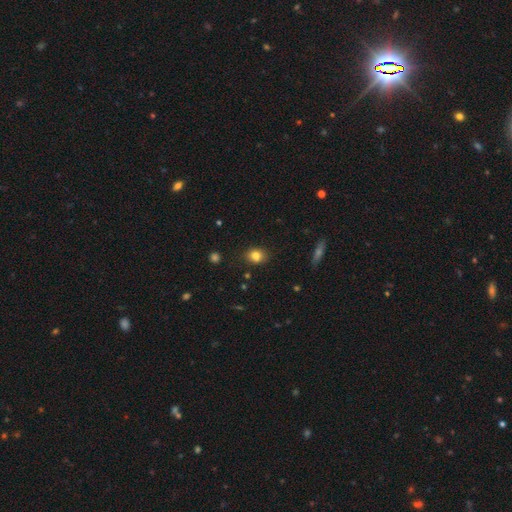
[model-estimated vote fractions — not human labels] The model was most divided on "how rounded": round: 53%, in between: 45%, cigar-shaped: 1%. More confident: merging — none (83%); smooth or featured — smooth (81%).